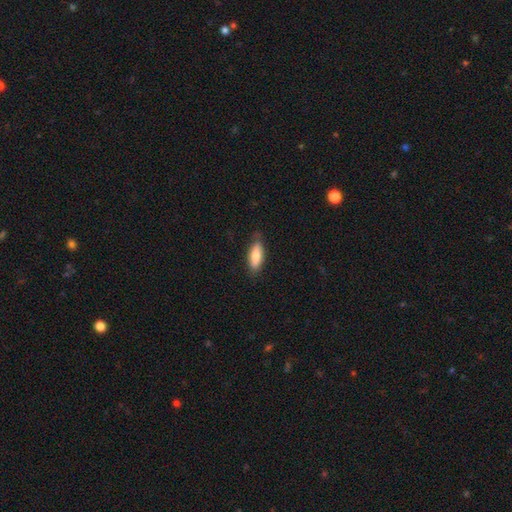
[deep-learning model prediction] Smooth or featured? Predicted: smooth (p=0.78). How rounded? Predicted: in between (p=0.63). Merging? Predicted: none (p=0.78).